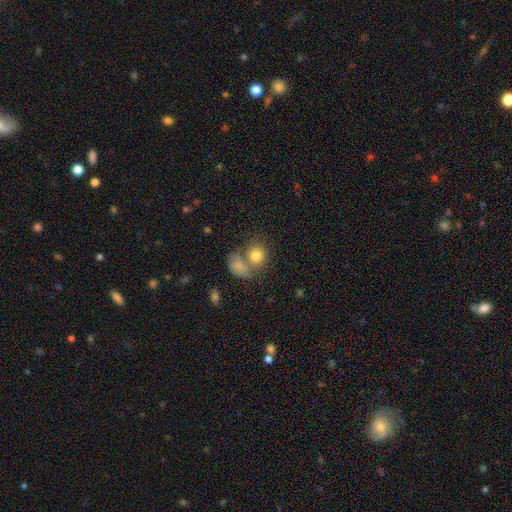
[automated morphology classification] Overall: smooth (80%). How rounded: round (69%; in between 30%). Merging: merger (48%; none 36%).